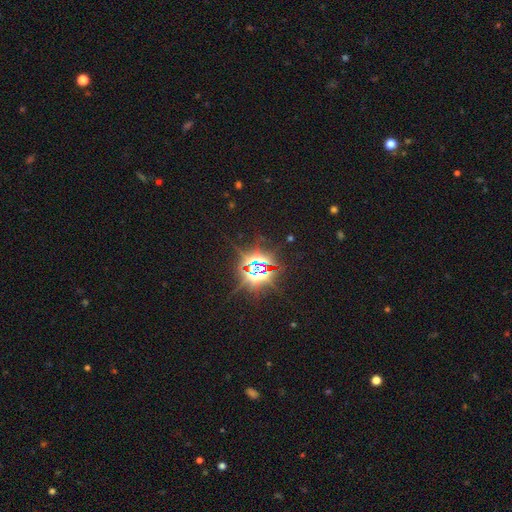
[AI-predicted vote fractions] Smooth or featured? star or artifact (85%)